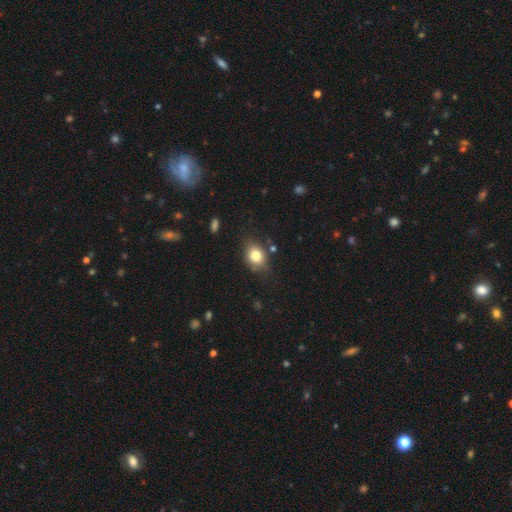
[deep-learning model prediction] smooth-or-featured: smooth: 79% | featured or disk: 11% | star or artifact: 10%
  how-rounded: in between: 53% | round: 45% | cigar-shaped: 1%
  merging: none: 73% | minor disturbance: 19% | major disturbance: 5% | merger: 4%